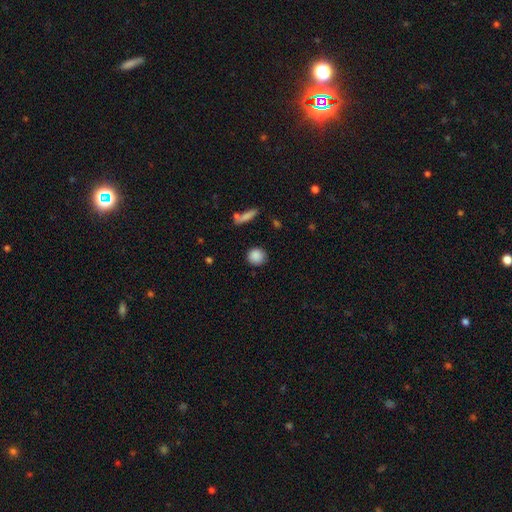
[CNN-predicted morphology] A smooth galaxy with no disk features (87%) that is round (90%). Merging: none (86%).